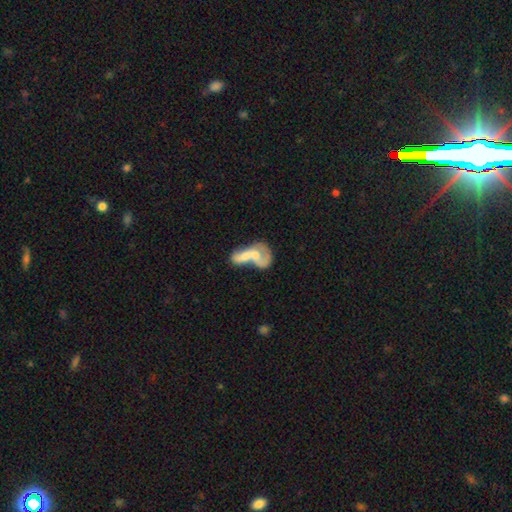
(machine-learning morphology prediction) type=featured or disk (49%); merging=merger (78%).